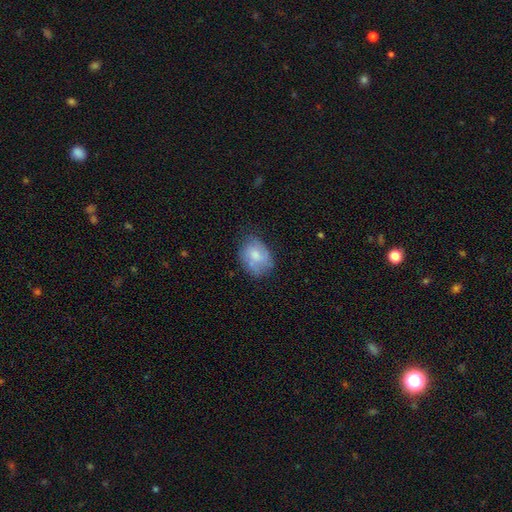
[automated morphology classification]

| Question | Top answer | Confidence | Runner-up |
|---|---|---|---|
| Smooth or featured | smooth | 62% | featured or disk (30%) |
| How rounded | in between | 60% | round (39%) |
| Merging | none | 61% | minor disturbance (27%) |